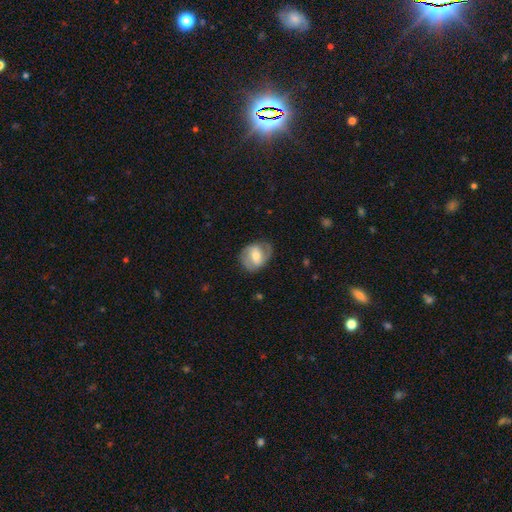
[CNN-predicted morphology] Smooth or featured?
  - featured or disk: 63% *
  - smooth: 31%
  - star or artifact: 6%
Edge-on disk?
  - no: 97% *
  - yes: 3%
Bar?
  - weak: 46% *
  - no: 29%
  - strong: 25%
Spiral arms?
  - yes: 83% *
  - no: 17%
Spiral winding?
  - medium: 46% *
  - tight: 35%
  - loose: 19%
Spiral arm count?
  - 2: 76% *
  - can't tell: 12%
  - 1: 5%
  - 3: 4%
  - 4: 1%
  - more than 4: 1%
Bulge size?
  - moderate: 62% *
  - small: 30%
  - large: 6%
  - none: 2%
  - dominant: 1%
Merging?
  - none: 72% *
  - minor disturbance: 19%
  - major disturbance: 7%
  - merger: 1%